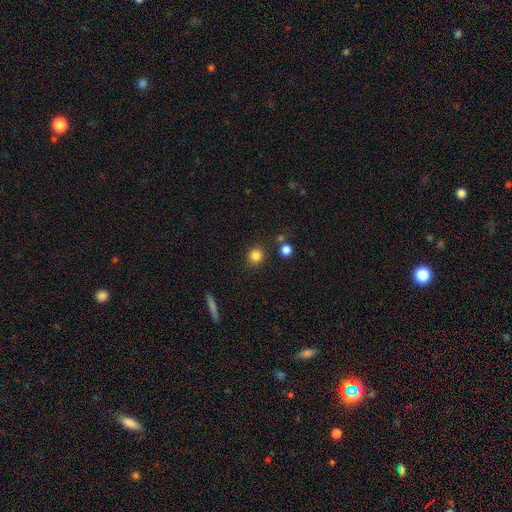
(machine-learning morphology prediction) Overall: smooth (83%). How rounded: round (87%). Merging: none (86%).